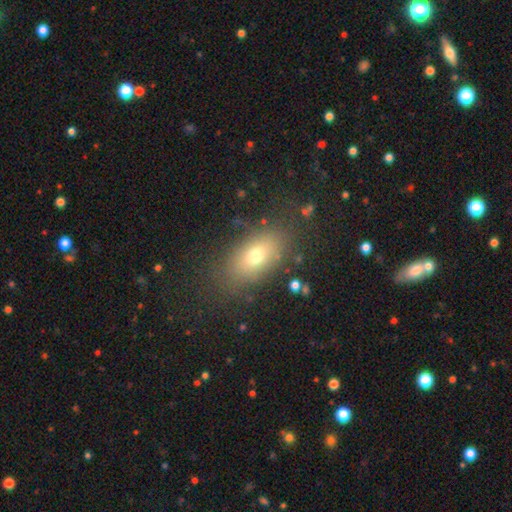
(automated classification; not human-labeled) smooth-or-featured: smooth: 69% | featured or disk: 16% | star or artifact: 14%
  how-rounded: in between: 83% | round: 11% | cigar-shaped: 6%
  merging: none: 82% | minor disturbance: 11% | major disturbance: 5% | merger: 2%